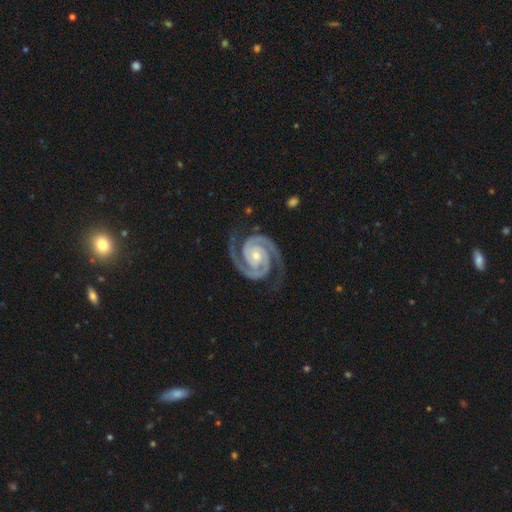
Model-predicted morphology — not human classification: Smooth or featured?
  - featured or disk: 95% *
  - star or artifact: 3%
  - smooth: 2%
Edge-on disk?
  - no: 98% *
  - yes: 2%
Bar?
  - no: 69% *
  - weak: 21%
  - strong: 11%
Spiral arms?
  - yes: 99% *
  - no: 1%
Spiral winding?
  - tight: 68% *
  - medium: 29%
  - loose: 3%
Spiral arm count?
  - 2: 94% *
  - 3: 2%
  - can't tell: 1%
  - 1: 1%
  - 4: 1%
  - more than 4: 1%
Bulge size?
  - small: 52% *
  - moderate: 43%
  - large: 2%
  - none: 2%
  - dominant: 1%
Merging?
  - none: 83% *
  - minor disturbance: 12%
  - major disturbance: 4%
  - merger: 1%